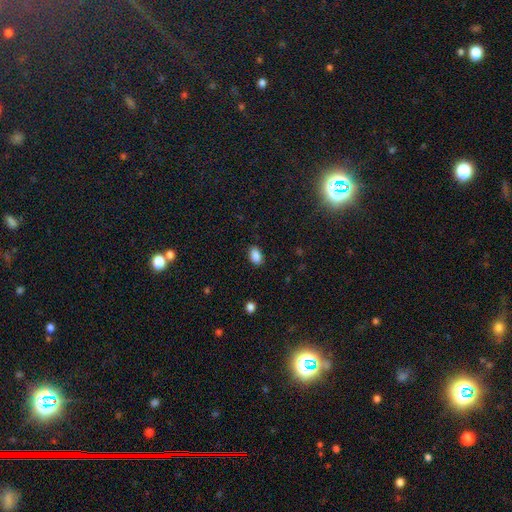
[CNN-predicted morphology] Q: Smooth or featured?
A: smooth (88%); runner-up: star or artifact (9%)
Q: How rounded?
A: in between (88%); runner-up: round (10%)
Q: Merging?
A: none (85%); runner-up: minor disturbance (12%)